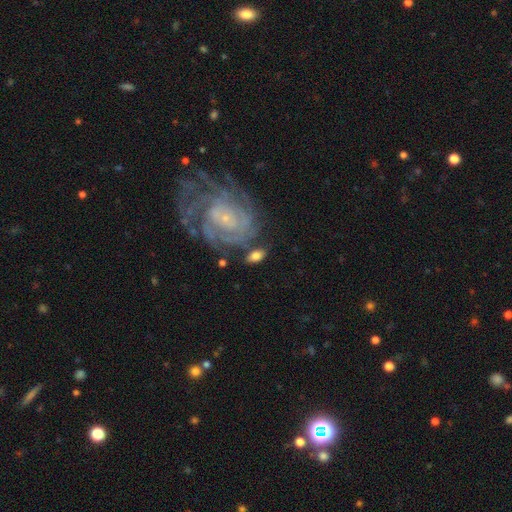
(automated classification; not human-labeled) A smooth galaxy with no disk features (56%) that is in between round and cigar-shaped (85%).

Vote fractions:
- Smooth or featured? smooth: 56% / featured or disk: 37% / star or artifact: 7%
- How rounded? in between: 85% / round: 11% / cigar-shaped: 4%
- Merging? none: 67% / minor disturbance: 16% / merger: 9% / major disturbance: 7%